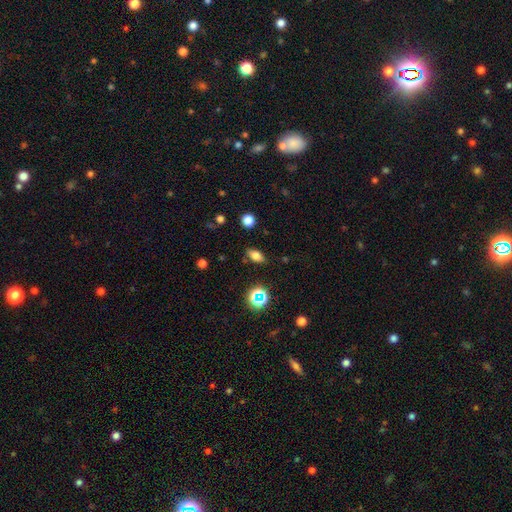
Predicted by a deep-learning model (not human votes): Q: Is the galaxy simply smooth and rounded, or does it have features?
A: smooth — 69%.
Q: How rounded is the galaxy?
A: in between — 79%.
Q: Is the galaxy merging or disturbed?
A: none — 84%.